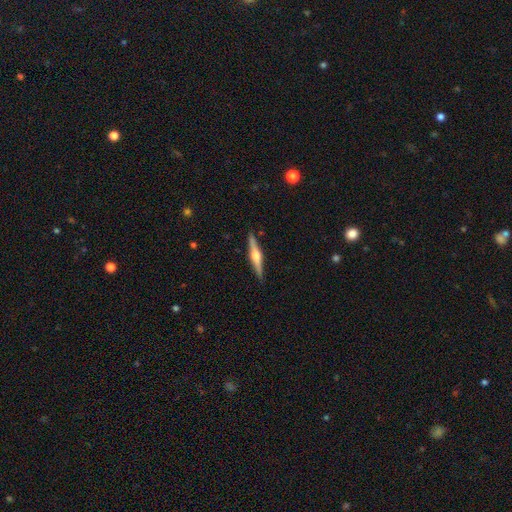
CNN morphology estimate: Q: Smooth or featured?
A: featured or disk (73%); runner-up: smooth (22%)
Q: Edge-on disk?
A: yes (98%); runner-up: no (2%)
Q: Edge-on bulge?
A: rounded (92%); runner-up: boxy (5%)
Q: Merging?
A: none (90%); runner-up: minor disturbance (7%)